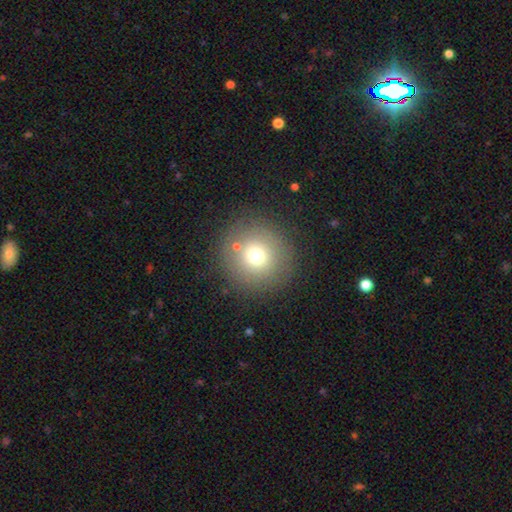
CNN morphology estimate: Overall: smooth (69%). How rounded: round (95%). Merging: none (84%).